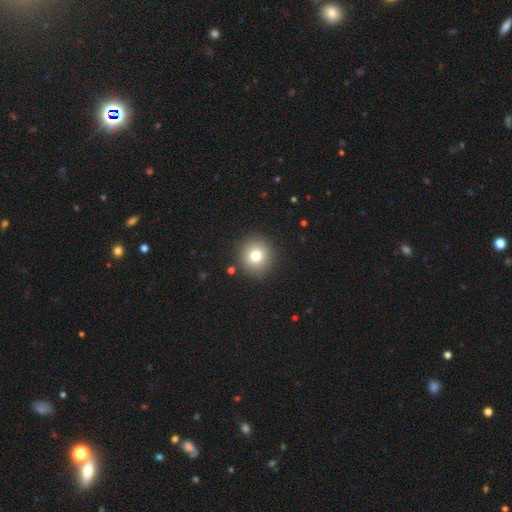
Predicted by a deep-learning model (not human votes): Smooth or featured? smooth (77%)
How rounded? round (90%)
Merging? none (89%)